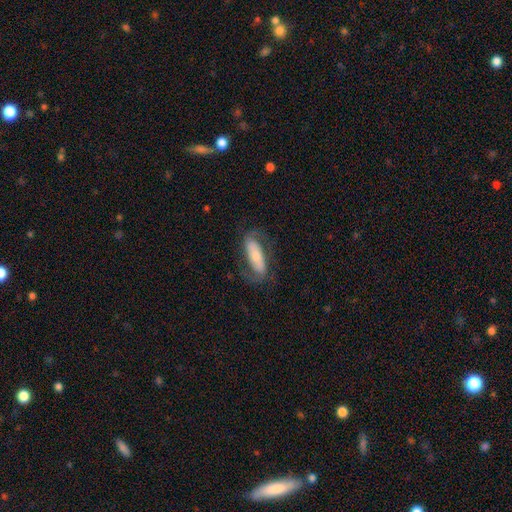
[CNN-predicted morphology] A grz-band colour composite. It shows a featured or disk galaxy (58%). Merging: none (70%).